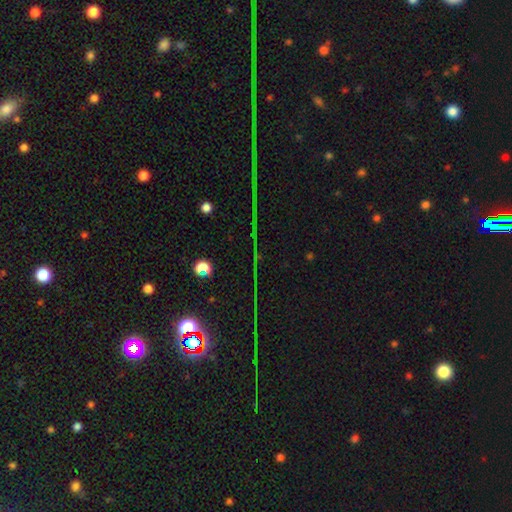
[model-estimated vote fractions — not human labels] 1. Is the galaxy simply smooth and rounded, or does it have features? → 80% star or artifact, 10% smooth, 9% featured or disk.